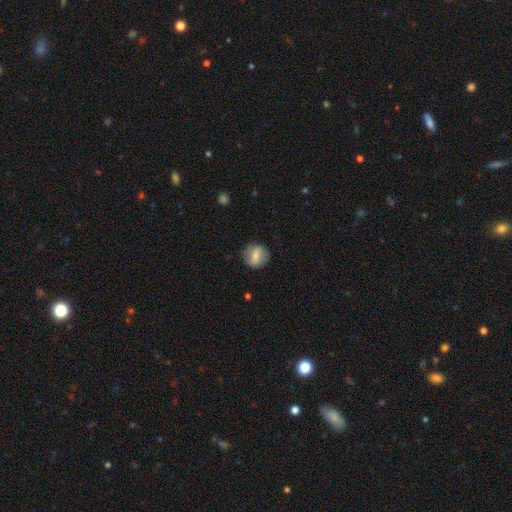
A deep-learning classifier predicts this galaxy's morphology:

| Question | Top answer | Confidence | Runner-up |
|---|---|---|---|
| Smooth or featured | smooth | 65% | featured or disk (27%) |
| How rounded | round | 85% | in between (14%) |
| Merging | none | 84% | minor disturbance (12%) |